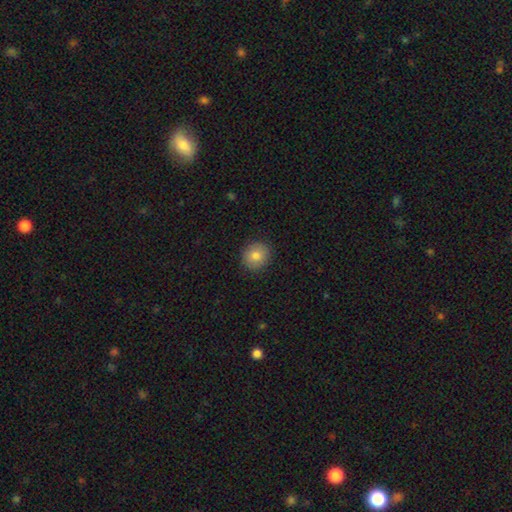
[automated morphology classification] Smooth or featured: smooth — 81% (featured or disk — 9%)
How rounded: round — 84% (in between — 15%)
Merging: none — 89% (minor disturbance — 8%)